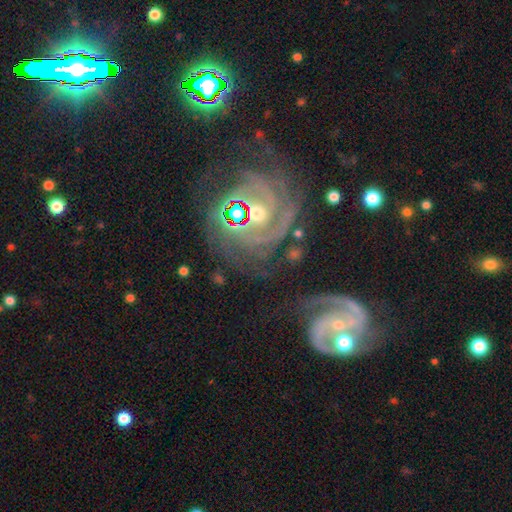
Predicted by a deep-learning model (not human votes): Smooth or featured?
  - featured or disk: 80% *
  - star or artifact: 12%
  - smooth: 8%
Edge-on disk?
  - no: 96% *
  - yes: 4%
Bar?
  - no: 45% *
  - weak: 33%
  - strong: 22%
Spiral arms?
  - yes: 95% *
  - no: 5%
Spiral winding?
  - tight: 56% *
  - medium: 36%
  - loose: 8%
Spiral arm count?
  - 2: 48% *
  - 3: 20%
  - can't tell: 15%
  - 4: 6%
  - 1: 6%
  - more than 4: 6%
Bulge size?
  - moderate: 51% *
  - small: 37%
  - large: 7%
  - none: 3%
  - dominant: 2%
Merging?
  - none: 55% *
  - minor disturbance: 18%
  - major disturbance: 14%
  - merger: 13%